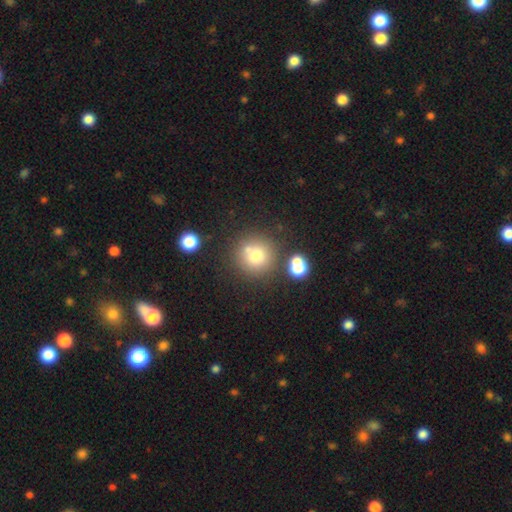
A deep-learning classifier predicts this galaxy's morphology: Smooth or featured? smooth (72%)
How rounded? round (93%)
Merging? none (68%)